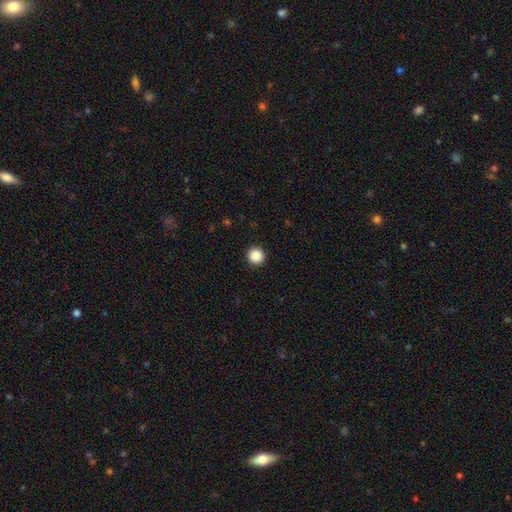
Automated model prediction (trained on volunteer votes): Smooth or featured? smooth (88%)
How rounded? round (96%)
Merging? none (94%)